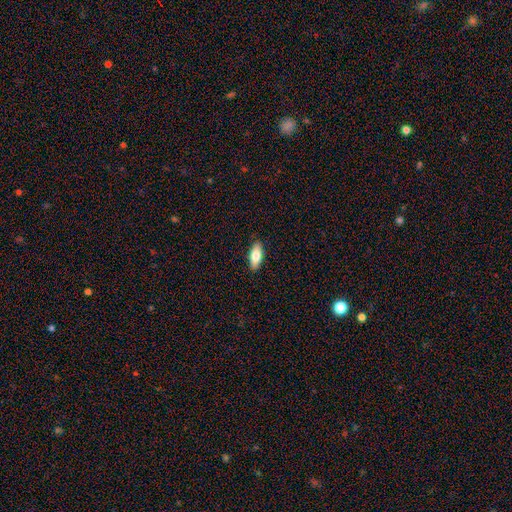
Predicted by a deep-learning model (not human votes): This appears to be a smooth galaxy with no disk features (77%) that is in between round and cigar-shaped (79%). Merging: none (90%).